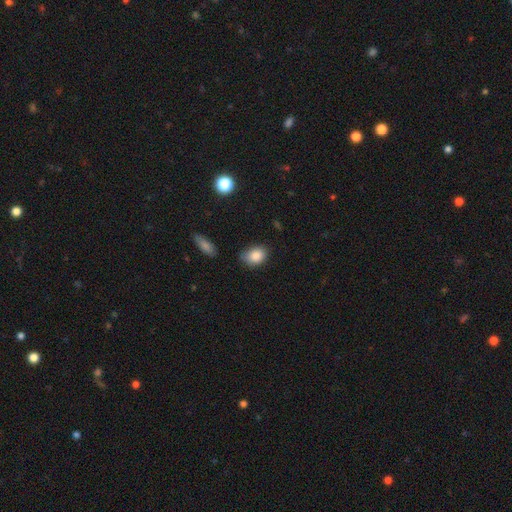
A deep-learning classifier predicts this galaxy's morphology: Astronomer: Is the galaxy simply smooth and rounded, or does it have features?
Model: smooth — 85%.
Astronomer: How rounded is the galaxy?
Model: in between — 69%.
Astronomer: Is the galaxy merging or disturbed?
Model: none — 72%.